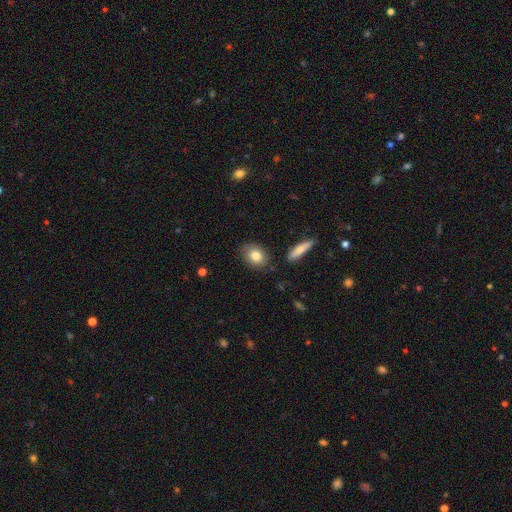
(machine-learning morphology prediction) This appears to be a smooth galaxy with no disk features (81%) that is in between round and cigar-shaped (65%). Merging: none (79%).